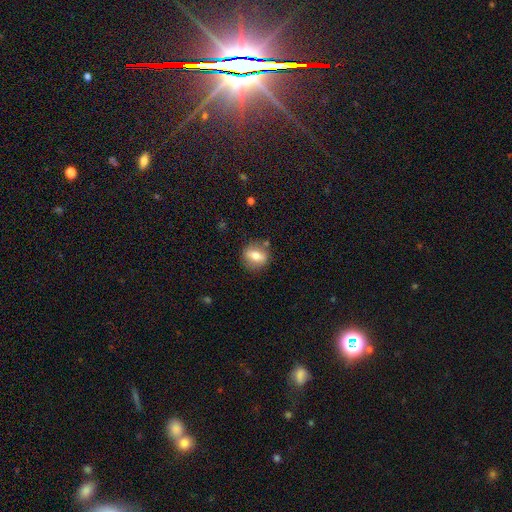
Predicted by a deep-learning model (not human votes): Smooth or featured: smooth — 61% (featured or disk — 31%)
How rounded: round — 54% (in between — 40%)
Merging: none — 82% (minor disturbance — 12%)